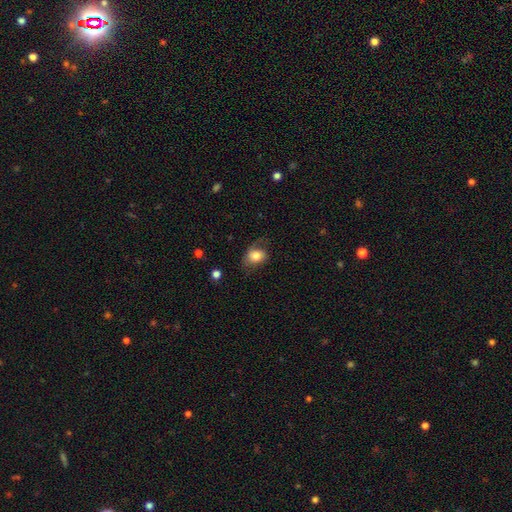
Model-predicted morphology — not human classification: Overall: smooth (71%). How rounded: in between (58%; round 41%). Merging: none (49%; minor disturbance 28%).